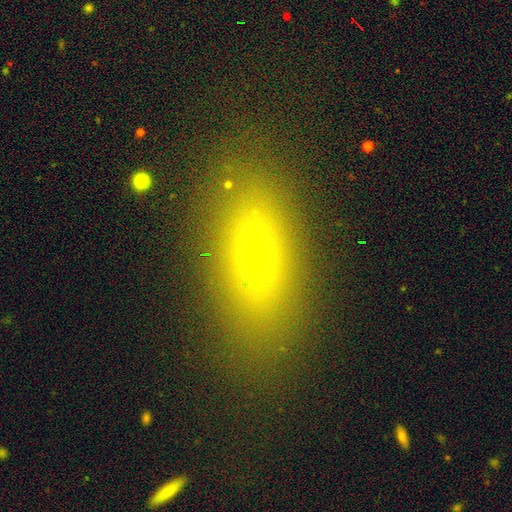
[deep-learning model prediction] Smooth or featured: smooth — 59% (featured or disk — 23%)
How rounded: in between — 74% (cigar-shaped — 18%)
Merging: none — 83% (minor disturbance — 10%)